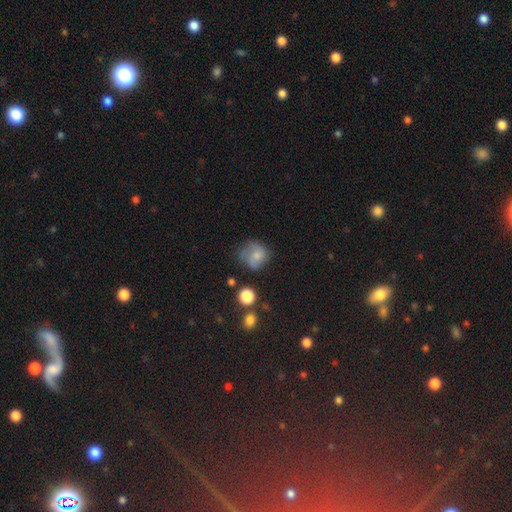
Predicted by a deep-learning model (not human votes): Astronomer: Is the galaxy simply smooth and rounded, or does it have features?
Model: smooth — 65%.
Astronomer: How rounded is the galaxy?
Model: round — 75%.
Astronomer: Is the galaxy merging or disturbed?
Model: none — 45% (runner-up: minor disturbance, 29%).